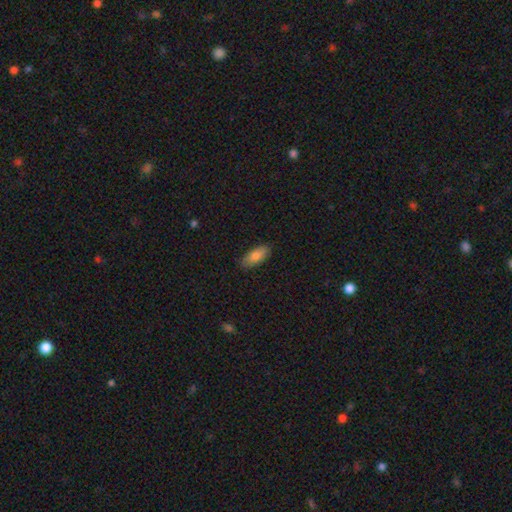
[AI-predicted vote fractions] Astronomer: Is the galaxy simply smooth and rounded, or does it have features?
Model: smooth — 81%.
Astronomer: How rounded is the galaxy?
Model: in between — 83%.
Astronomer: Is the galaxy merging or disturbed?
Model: none — 87%.